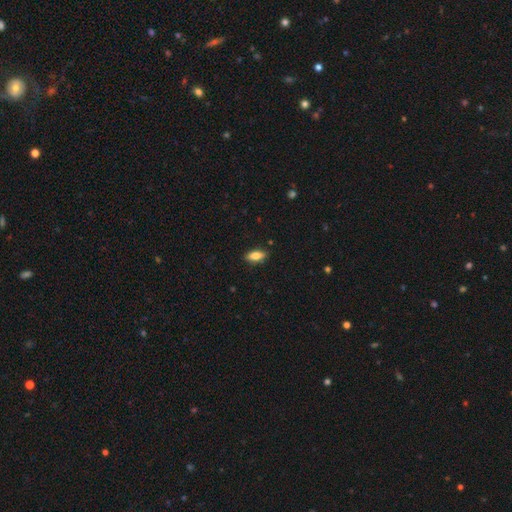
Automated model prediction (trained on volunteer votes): Q: Smooth or featured?
A: smooth (74%); runner-up: featured or disk (18%)
Q: How rounded?
A: in between (80%); runner-up: cigar-shaped (17%)
Q: Merging?
A: none (86%); runner-up: minor disturbance (10%)